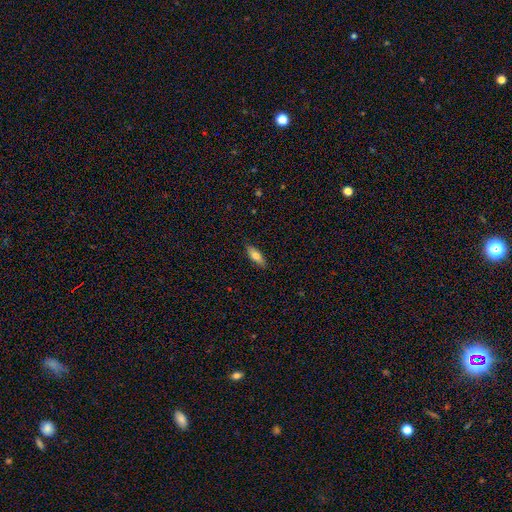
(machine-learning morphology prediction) Q: Smooth or featured?
A: smooth (72%); runner-up: featured or disk (22%)
Q: How rounded?
A: in between (66%); runner-up: cigar-shaped (32%)
Q: Merging?
A: none (87%); runner-up: minor disturbance (10%)